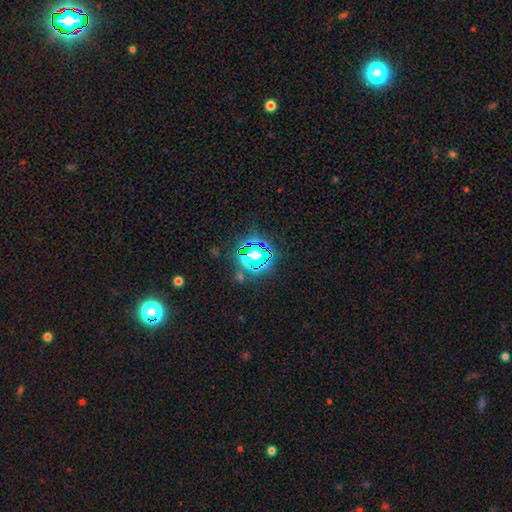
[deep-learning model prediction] A star or artifact, not a galaxy (60%).